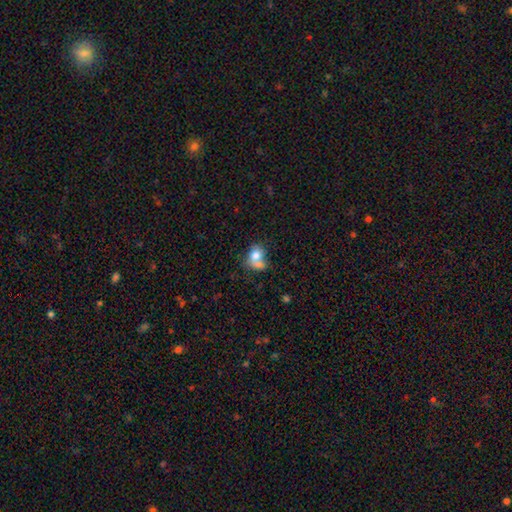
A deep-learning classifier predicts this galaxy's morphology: smooth 74%, featured or disk 17%, star or artifact 9%. Down the decision tree: how rounded — in between (51%); merging — merger (52%).